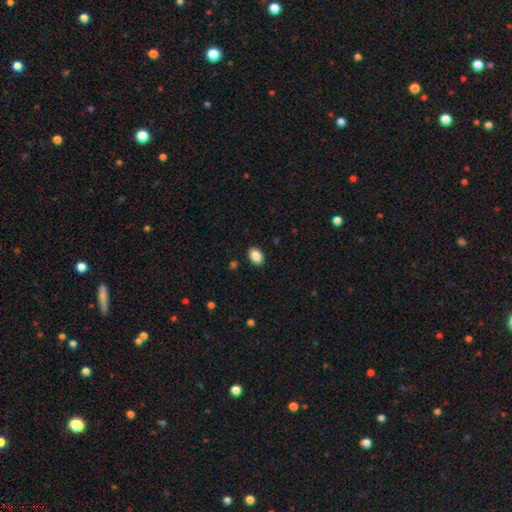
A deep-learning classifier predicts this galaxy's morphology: The model was most divided on "how rounded": in between: 83%, round: 16%, cigar-shaped: 1%. More confident: merging — none (90%); smooth or featured — smooth (87%).